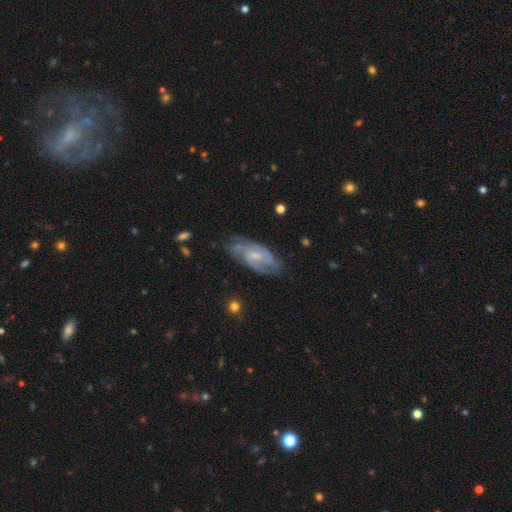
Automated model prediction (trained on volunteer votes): smooth_or_featured: featured or disk (p=0.77) [alt: smooth p=0.17]
disk_edge_on: no (p=0.93) [alt: yes p=0.07]
bar: weak (p=0.49) [alt: no p=0.40]
has_spiral_arms: yes (p=0.92) [alt: no p=0.08]
spiral_winding: medium (p=0.46) [alt: tight p=0.39]
spiral_arm_count: 2 (p=0.55) [alt: can't tell p=0.22]
bulge_size: small (p=0.53) [alt: moderate p=0.32]
merging: none (p=0.68) [alt: minor disturbance p=0.22]